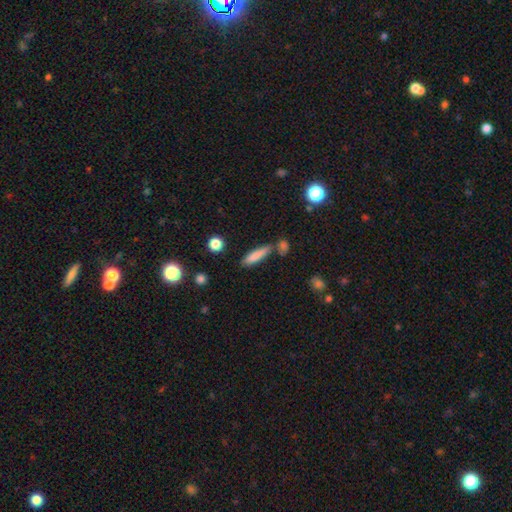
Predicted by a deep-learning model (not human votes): Smooth or featured: smooth — 81% (featured or disk — 12%)
How rounded: cigar-shaped — 78% (in between — 19%)
Merging: none — 70% (minor disturbance — 14%)